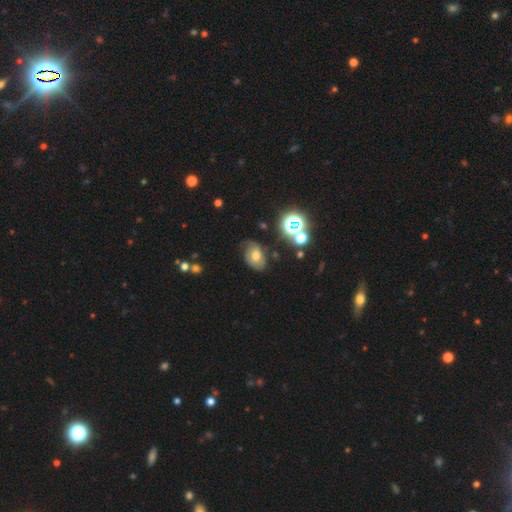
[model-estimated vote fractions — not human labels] Smooth or featured? Predicted: smooth (p=0.52). How rounded? Predicted: in between (p=0.79). Merging? Predicted: none (p=0.60).